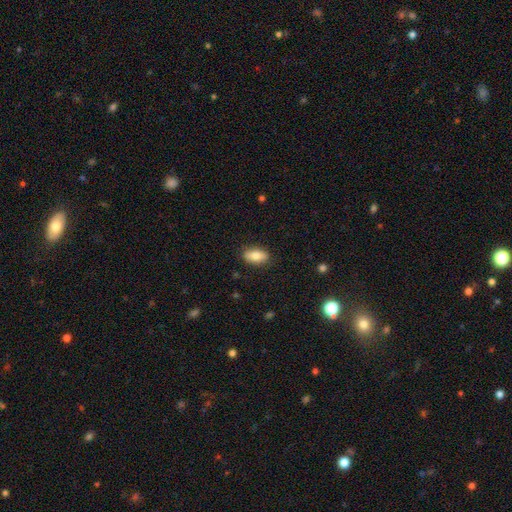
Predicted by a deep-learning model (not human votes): smooth 79%, featured or disk 14%, star or artifact 7%. Down the decision tree: how rounded — in between (88%); merging — none (86%).